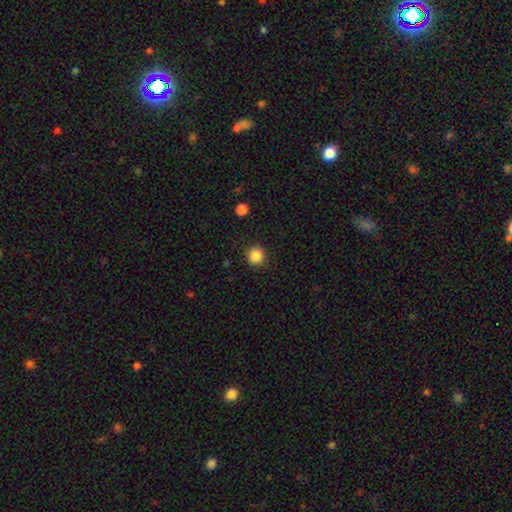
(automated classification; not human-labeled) Smooth or featured: smooth — 86% (star or artifact — 10%)
How rounded: round — 92% (in between — 7%)
Merging: none — 90% (minor disturbance — 6%)